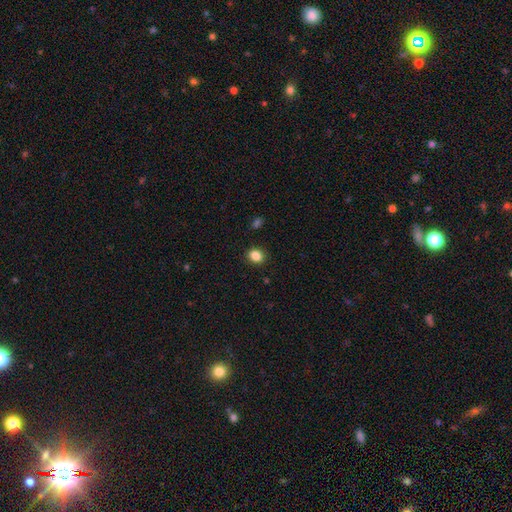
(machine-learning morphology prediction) smooth_or_featured: smooth (p=0.86) [alt: star or artifact p=0.10]
how_rounded: round (p=0.55) [alt: in between p=0.45]
merging: none (p=0.89) [alt: minor disturbance p=0.08]